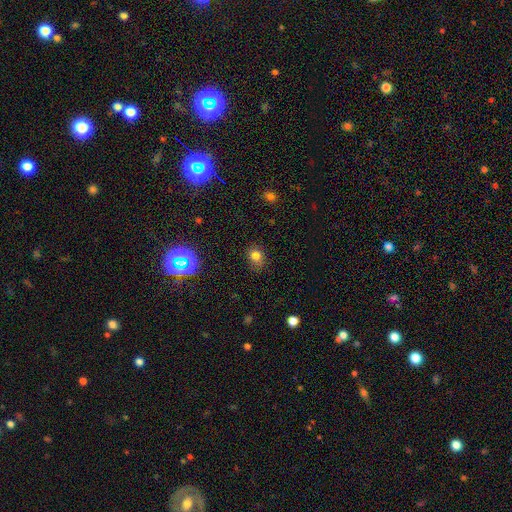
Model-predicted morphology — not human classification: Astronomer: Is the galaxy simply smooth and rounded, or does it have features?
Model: smooth — 77%.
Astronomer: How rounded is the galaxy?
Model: round — 57% (runner-up: in between, 42%).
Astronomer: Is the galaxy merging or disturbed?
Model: none — 75%.